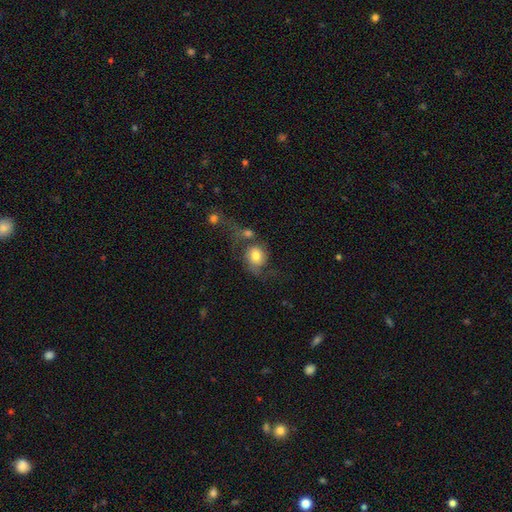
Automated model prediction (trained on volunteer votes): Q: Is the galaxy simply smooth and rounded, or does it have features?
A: smooth — 65%.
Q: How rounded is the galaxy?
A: round — 68%.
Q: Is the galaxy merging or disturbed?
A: none — 29%.